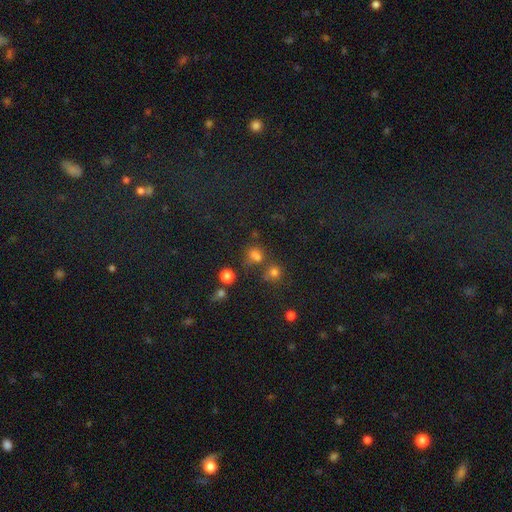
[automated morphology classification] This is likely a smooth galaxy (65%). How rounded: likely round (63%). Merging: possibly none (59%).